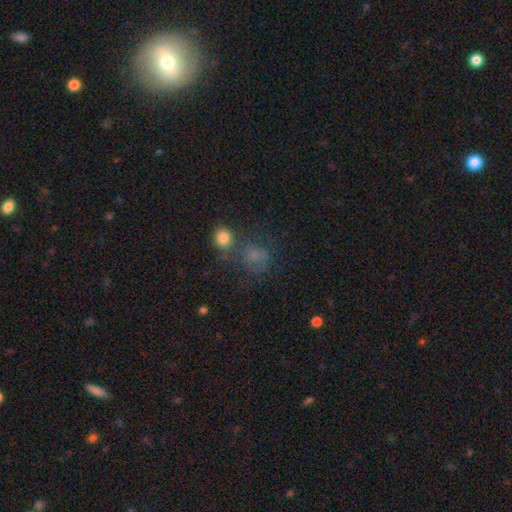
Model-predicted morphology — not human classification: smooth_or_featured: smooth (p=0.65) [alt: star or artifact p=0.19]
how_rounded: round (p=0.72) [alt: in between p=0.27]
merging: none (p=0.43) [alt: merger p=0.26]